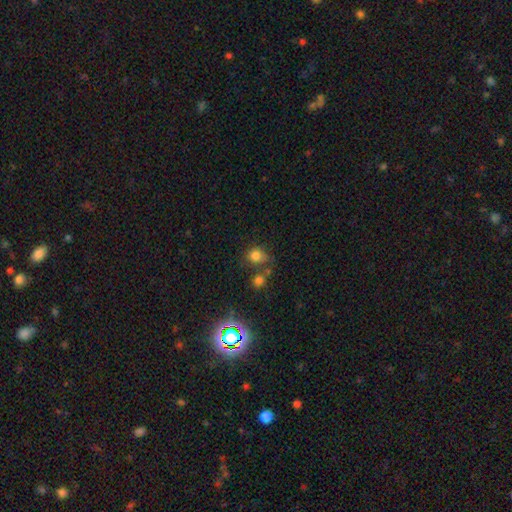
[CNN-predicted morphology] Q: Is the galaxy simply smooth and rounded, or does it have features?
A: smooth — 76%.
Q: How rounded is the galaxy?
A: round — 73%.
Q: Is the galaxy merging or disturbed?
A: none — 58%.